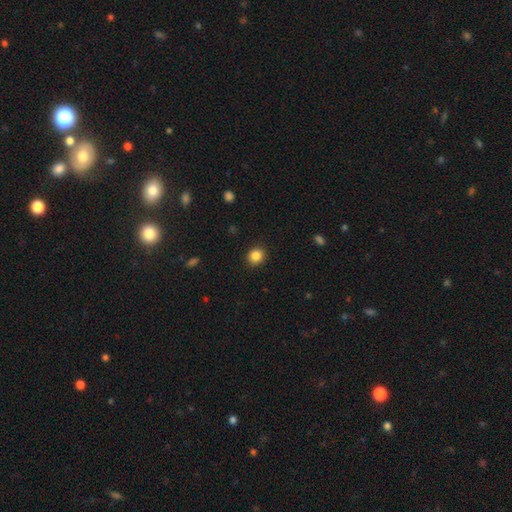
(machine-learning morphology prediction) smooth_or_featured: smooth (p=0.86) [alt: star or artifact p=0.10]
how_rounded: round (p=0.80) [alt: in between p=0.19]
merging: none (p=0.90) [alt: minor disturbance p=0.07]